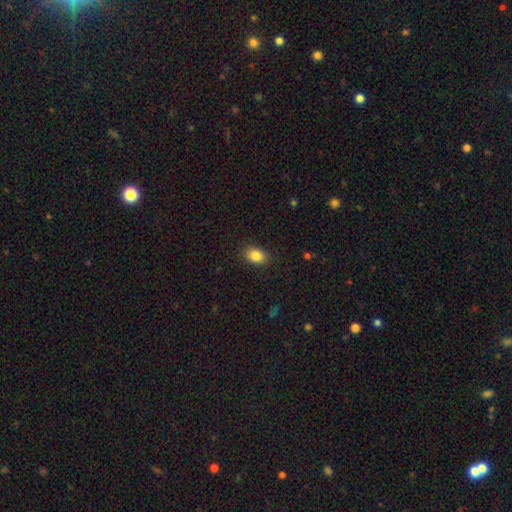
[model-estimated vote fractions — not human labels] Smooth or featured? smooth (86%)
How rounded? in between (81%)
Merging? none (87%)